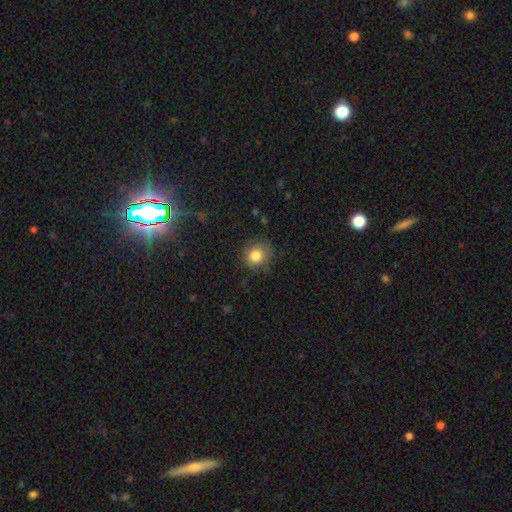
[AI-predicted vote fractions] smooth_or_featured: smooth (p=0.83) [alt: star or artifact p=0.10]
how_rounded: round (p=0.84) [alt: in between p=0.15]
merging: none (p=0.75) [alt: minor disturbance p=0.18]